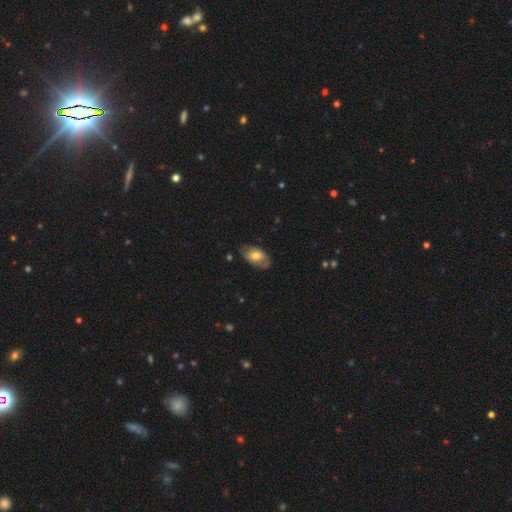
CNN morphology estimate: smooth_or_featured: smooth (p=0.61) [alt: featured or disk p=0.32]
how_rounded: in between (p=0.91) [alt: round p=0.07]
merging: none (p=0.66) [alt: minor disturbance p=0.26]